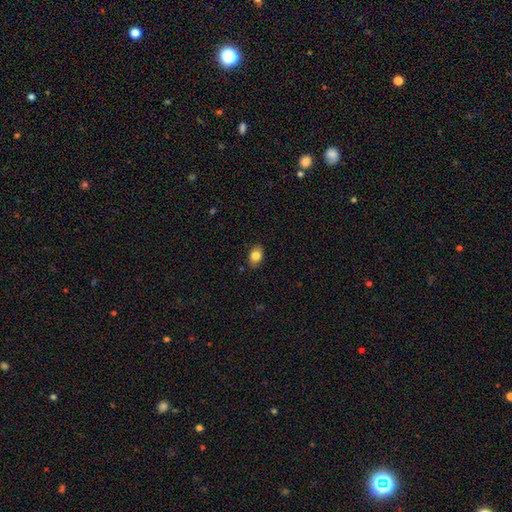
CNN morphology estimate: smooth_or_featured: smooth (p=0.83) [alt: star or artifact p=0.09]
how_rounded: in between (p=0.77) [alt: round p=0.21]
merging: none (p=0.86) [alt: minor disturbance p=0.11]